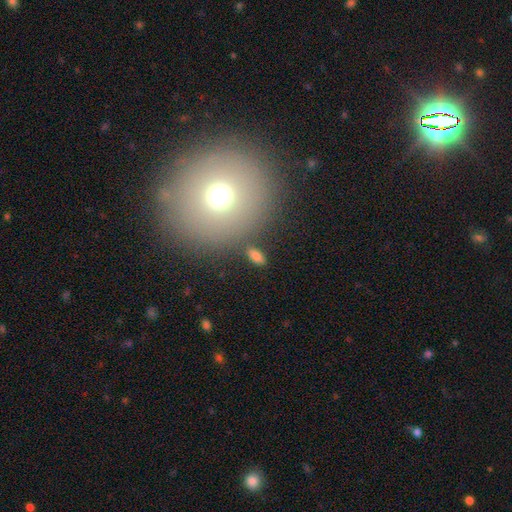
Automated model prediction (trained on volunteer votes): Smooth or featured? smooth (78%)
How rounded? in between (85%)
Merging? none (77%)